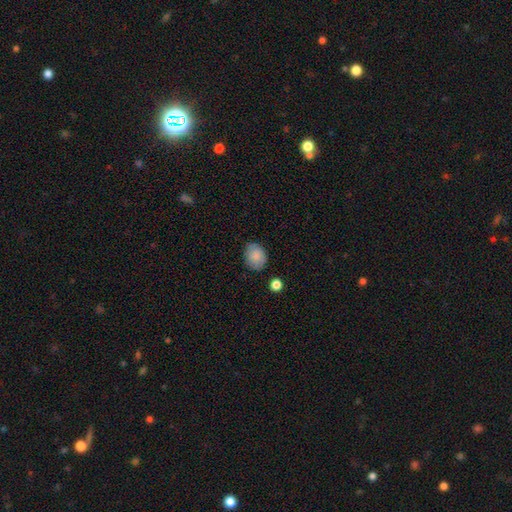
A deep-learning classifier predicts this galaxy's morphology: A smooth galaxy with no disk features (85%) that is in between round and cigar-shaped (51%). Merging: none (75%).